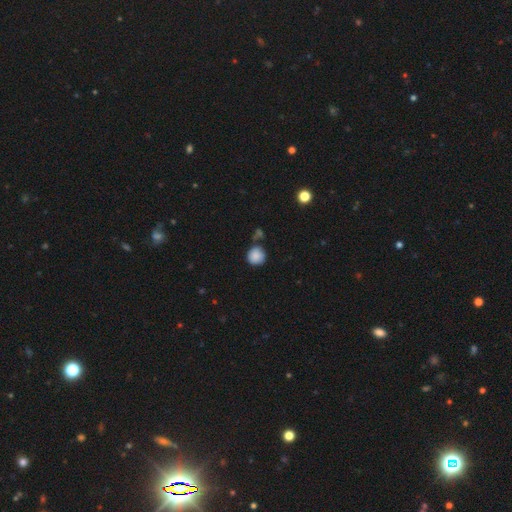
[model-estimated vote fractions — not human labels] Smooth or featured?
  - smooth: 87% *
  - star or artifact: 8%
  - featured or disk: 5%
How rounded?
  - round: 92% *
  - in between: 7%
  - cigar-shaped: 1%
Merging?
  - none: 67% *
  - minor disturbance: 16%
  - merger: 13%
  - major disturbance: 4%